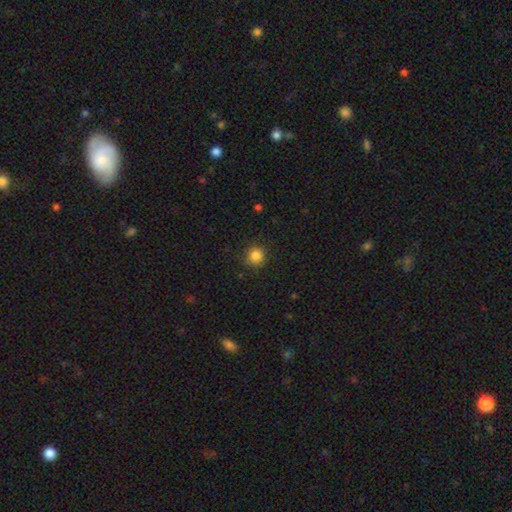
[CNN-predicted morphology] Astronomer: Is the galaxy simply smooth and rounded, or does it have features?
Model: smooth — 84%.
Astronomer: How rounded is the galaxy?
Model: round — 93%.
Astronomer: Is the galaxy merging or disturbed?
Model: none — 88%.